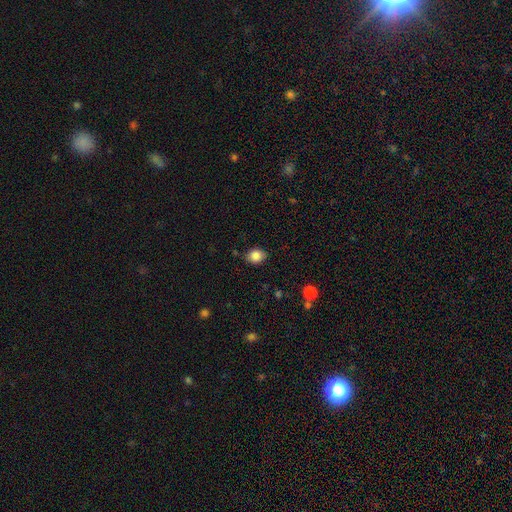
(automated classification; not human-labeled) The model was most divided on "how rounded": round: 50%, in between: 49%, cigar-shaped: 1%. More confident: smooth or featured — smooth (86%); merging — none (81%).